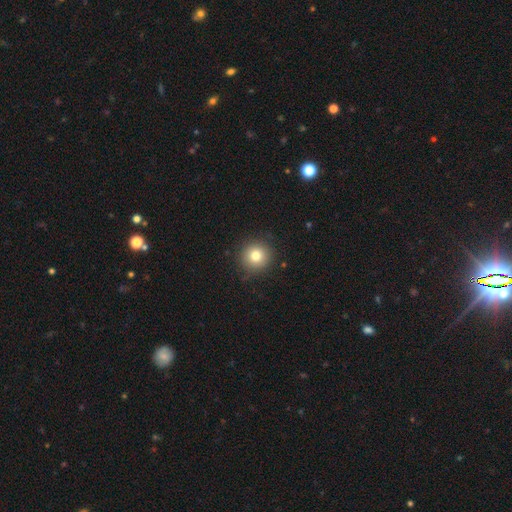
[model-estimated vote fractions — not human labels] Morphology: type=smooth (79%); roundness=round (93%); merging=none (87%).